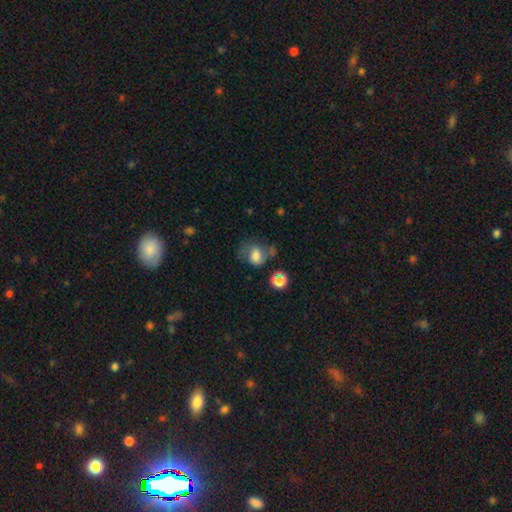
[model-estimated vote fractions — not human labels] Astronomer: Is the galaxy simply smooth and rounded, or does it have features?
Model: smooth — 61%.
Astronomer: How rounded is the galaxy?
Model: round — 51% (runner-up: in between, 47%).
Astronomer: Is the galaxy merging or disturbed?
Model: none — 44% (runner-up: minor disturbance, 26%).